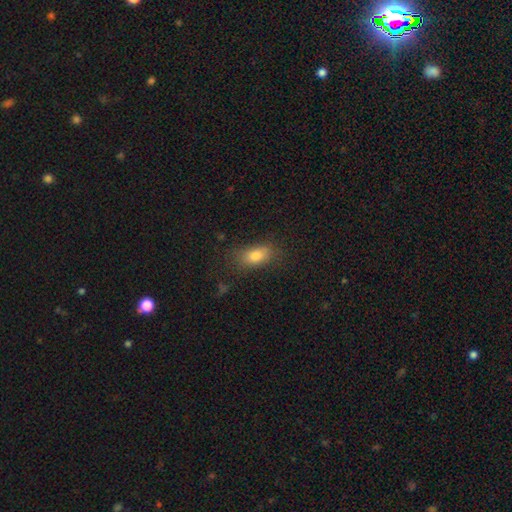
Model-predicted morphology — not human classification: A smooth galaxy with no disk features (78%) that is in between round and cigar-shaped (83%).

Vote fractions:
- Smooth or featured? smooth: 78% / star or artifact: 11% / featured or disk: 11%
- How rounded? in between: 83% / round: 9% / cigar-shaped: 8%
- Merging? none: 77% / minor disturbance: 16% / major disturbance: 5% / merger: 2%